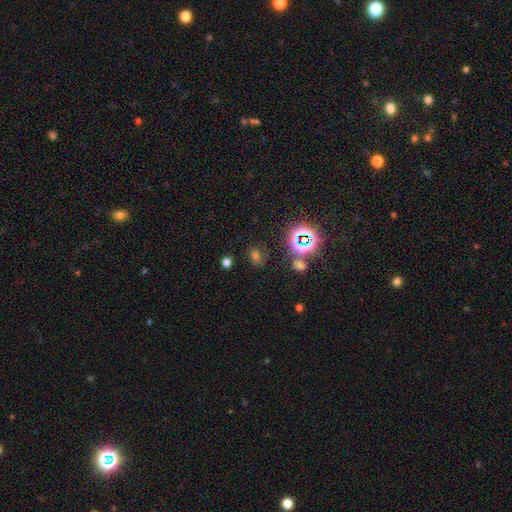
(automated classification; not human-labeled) Q: Smooth or featured?
A: star or artifact (49%); runner-up: smooth (39%)